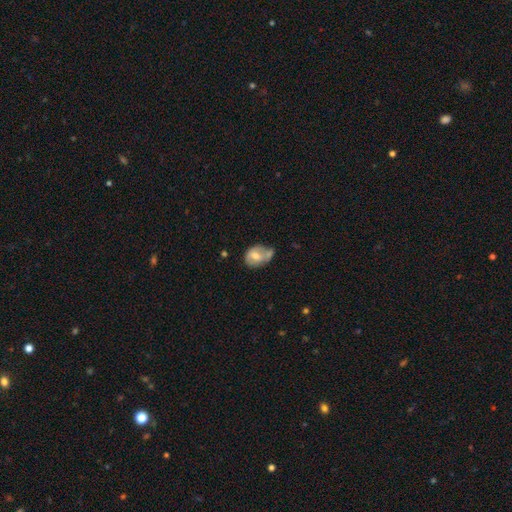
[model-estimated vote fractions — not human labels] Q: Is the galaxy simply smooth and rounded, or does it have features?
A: smooth — 50%.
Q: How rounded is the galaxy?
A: in between — 63%.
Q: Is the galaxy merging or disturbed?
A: none — 35%.